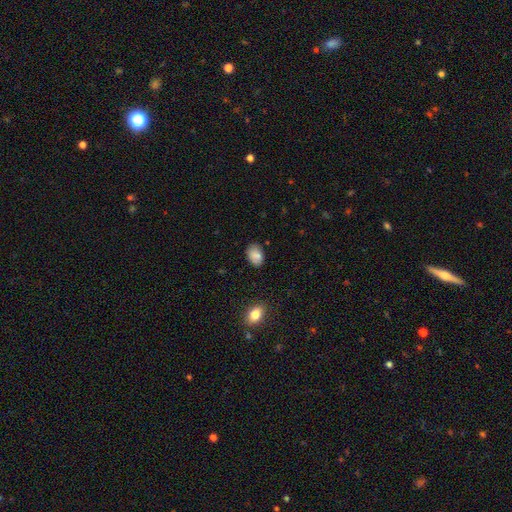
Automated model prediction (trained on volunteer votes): Q: Smooth or featured?
A: smooth (82%); runner-up: star or artifact (9%)
Q: How rounded?
A: in between (84%); runner-up: round (15%)
Q: Merging?
A: none (77%); runner-up: minor disturbance (17%)